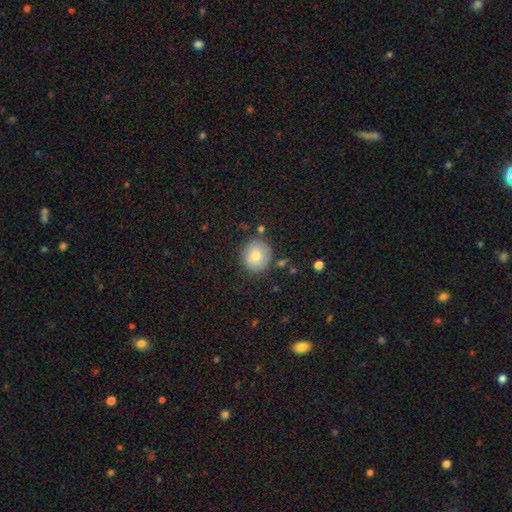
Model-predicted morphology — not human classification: smooth_or_featured: smooth (p=0.76) [alt: featured or disk p=0.16]
how_rounded: round (p=0.84) [alt: in between p=0.15]
merging: none (p=0.80) [alt: minor disturbance p=0.13]